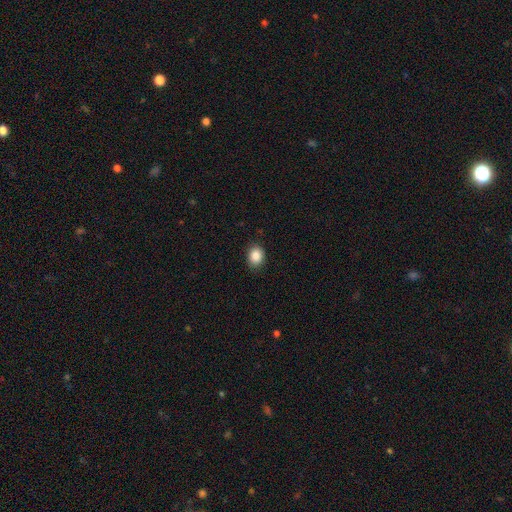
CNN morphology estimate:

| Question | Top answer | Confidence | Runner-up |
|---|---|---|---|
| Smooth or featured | smooth | 87% | star or artifact (9%) |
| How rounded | in between | 52% | round (47%) |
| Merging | none | 88% | minor disturbance (9%) |